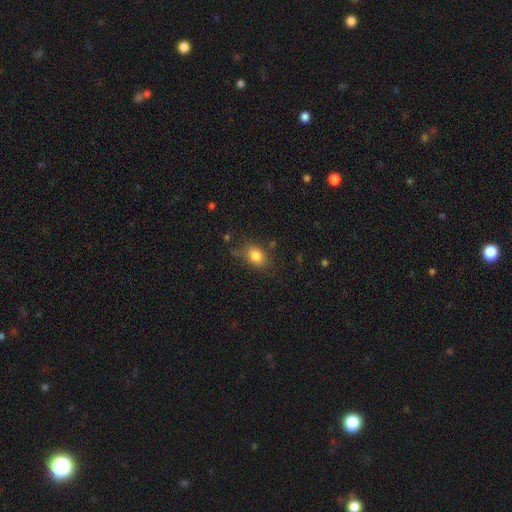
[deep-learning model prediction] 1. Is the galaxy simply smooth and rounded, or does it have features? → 83% smooth, 10% star or artifact, 7% featured or disk.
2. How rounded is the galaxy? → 67% in between, 31% round, 1% cigar-shaped.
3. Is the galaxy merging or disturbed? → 73% none, 18% minor disturbance, 6% major disturbance, 3% merger.